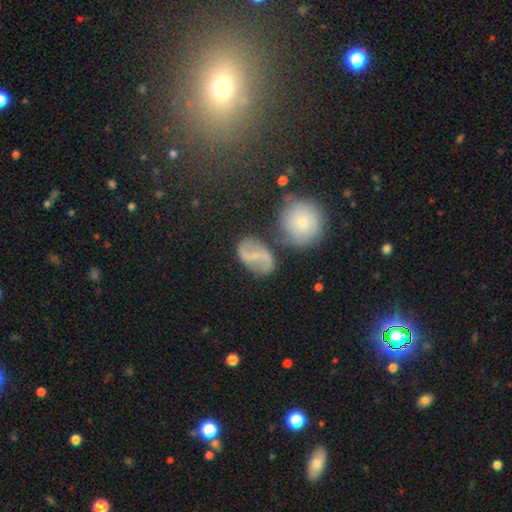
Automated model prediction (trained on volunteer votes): featured or disk 60%, smooth 31%, star or artifact 10%. Down the decision tree: edge-on disk — no (96%); bar — weak (45%); spiral arms — yes (81%); bulge size — small (62%); merging — none (67%).